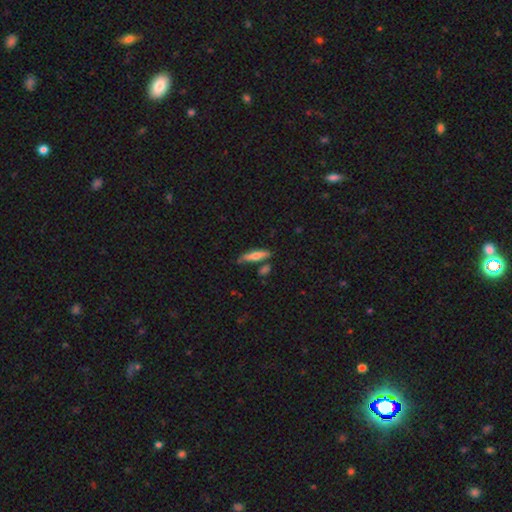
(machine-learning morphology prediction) Smooth or featured? Predicted: smooth (p=0.65). How rounded? Predicted: cigar-shaped (p=0.71). Merging? Predicted: none (p=0.74).